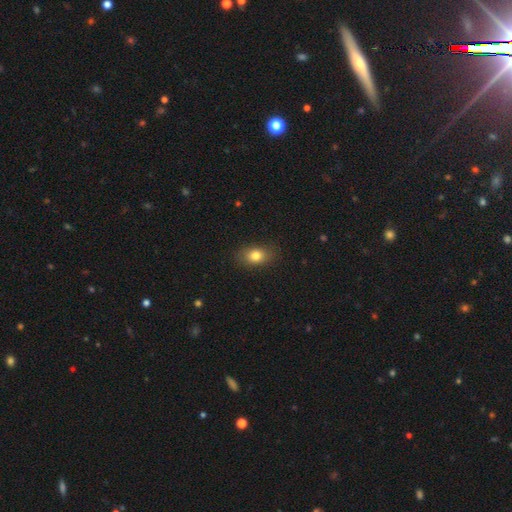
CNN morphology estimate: Q: Smooth or featured?
A: smooth (81%); runner-up: star or artifact (10%)
Q: How rounded?
A: in between (74%); runner-up: round (25%)
Q: Merging?
A: none (84%); runner-up: minor disturbance (11%)